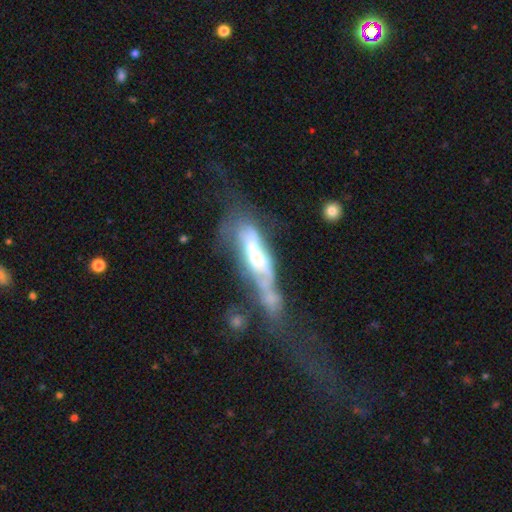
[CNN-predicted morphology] Overall: featured or disk (63%; smooth 28%). Edge-on disk: no (77%). Merging: merger (43%; major disturbance 33%).